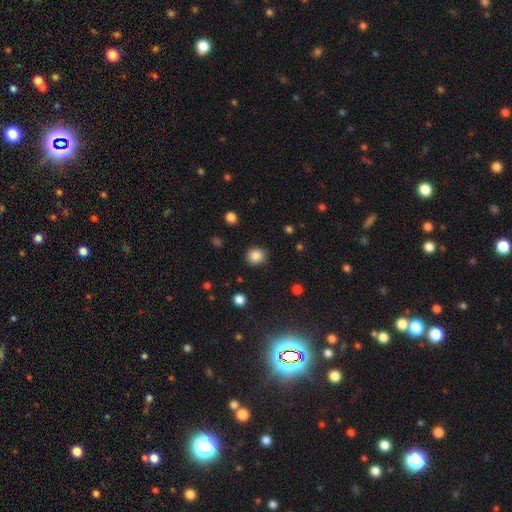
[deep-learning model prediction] The model was most divided on "how rounded": round: 84%, in between: 15%, cigar-shaped: 1%. More confident: merging — none (87%); smooth or featured — smooth (86%).